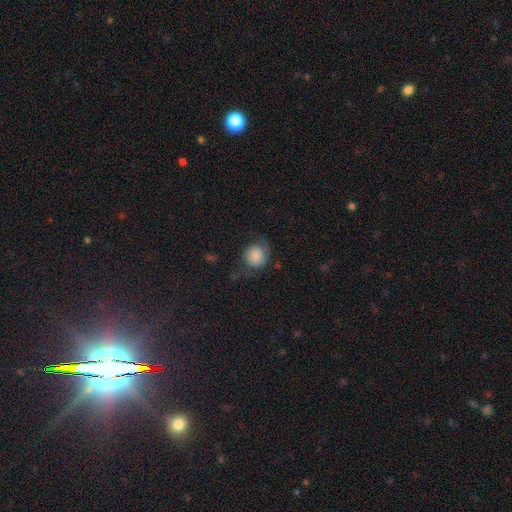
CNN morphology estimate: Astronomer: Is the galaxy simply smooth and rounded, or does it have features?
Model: smooth — 70%.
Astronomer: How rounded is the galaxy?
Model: round — 82%.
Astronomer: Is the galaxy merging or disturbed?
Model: none — 56%.